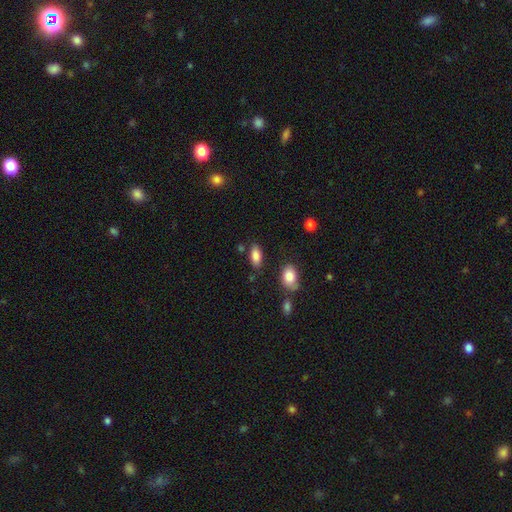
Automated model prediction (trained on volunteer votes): Q: Smooth or featured?
A: smooth (85%); runner-up: star or artifact (8%)
Q: How rounded?
A: in between (91%); runner-up: cigar-shaped (6%)
Q: Merging?
A: none (79%); runner-up: minor disturbance (13%)